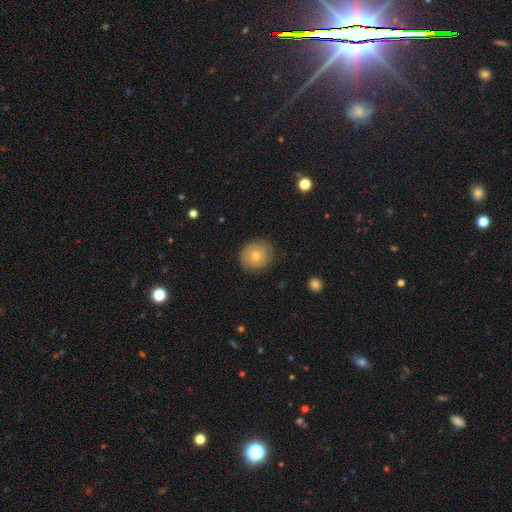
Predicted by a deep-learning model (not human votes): This is possibly a smooth galaxy (59%). How rounded: clearly round (83%). Merging: clearly none (82%).